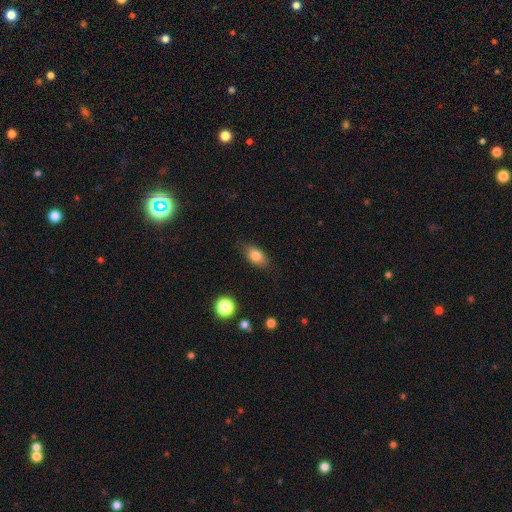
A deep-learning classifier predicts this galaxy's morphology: Smooth or featured?
  - smooth: 82% *
  - featured or disk: 10%
  - star or artifact: 9%
How rounded?
  - in between: 87% *
  - round: 9%
  - cigar-shaped: 4%
Merging?
  - none: 83% *
  - minor disturbance: 13%
  - major disturbance: 3%
  - merger: 1%